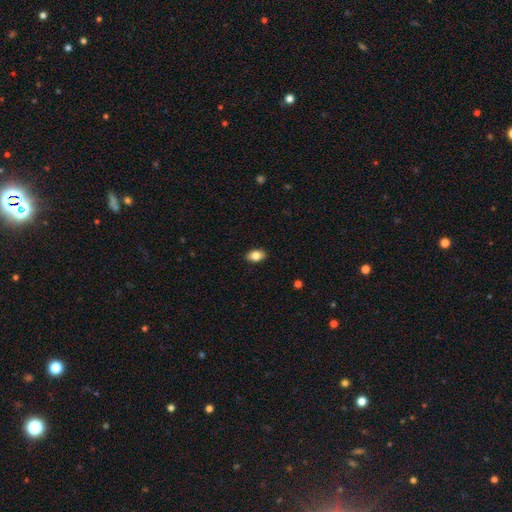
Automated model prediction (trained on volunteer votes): This appears to be a smooth galaxy with no disk features (84%) that is in between round and cigar-shaped (87%). Merging: none (89%).